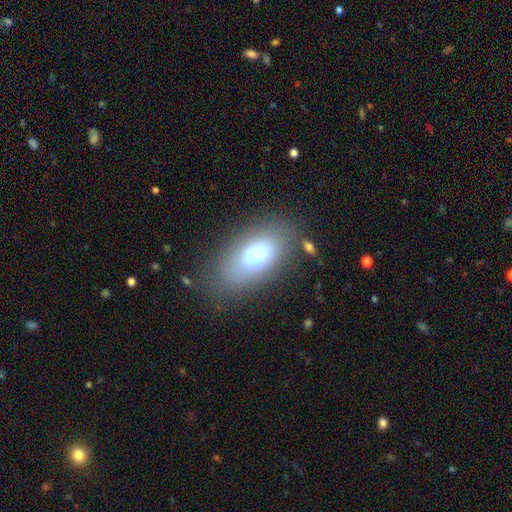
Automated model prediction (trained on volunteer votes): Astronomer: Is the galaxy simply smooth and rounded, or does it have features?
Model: smooth — 72%.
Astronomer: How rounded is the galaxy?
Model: in between — 89%.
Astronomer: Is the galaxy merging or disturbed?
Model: none — 78%.